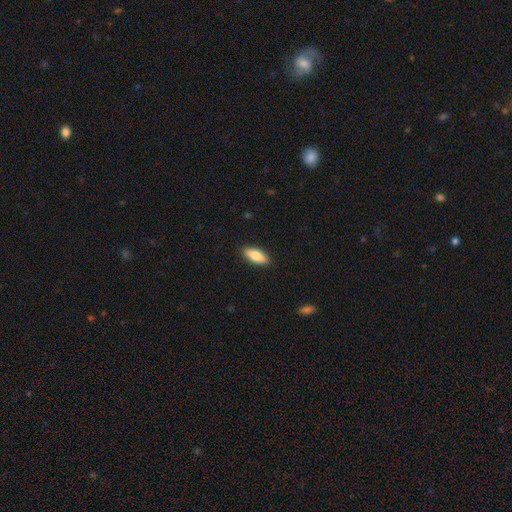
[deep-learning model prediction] The model was most divided on "how rounded": in between: 77%, cigar-shaped: 20%, round: 2%. More confident: merging — none (90%); smooth or featured — smooth (81%).